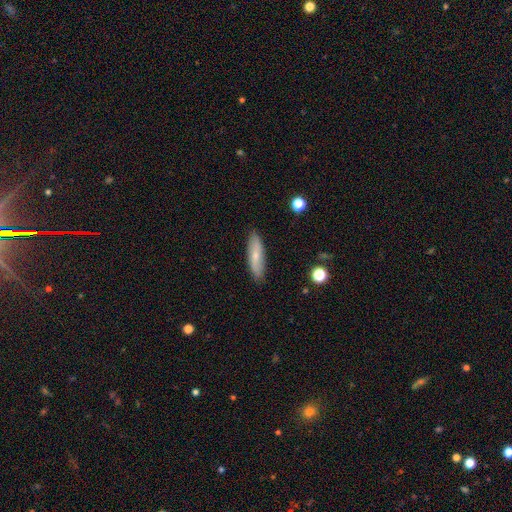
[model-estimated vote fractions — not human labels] The model was most divided on "how rounded": cigar-shaped: 63%, in between: 35%, round: 2%. More confident: merging — none (86%); smooth or featured — smooth (65%).